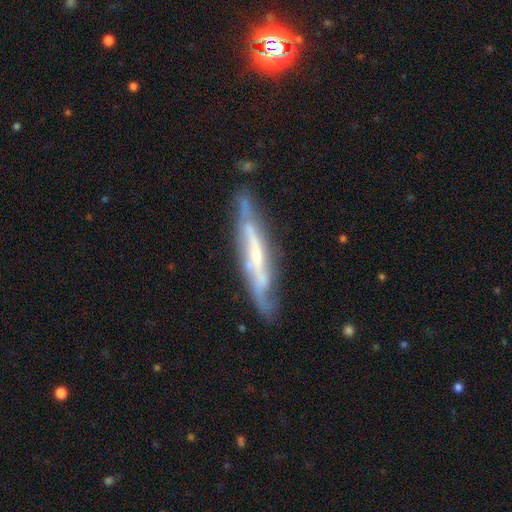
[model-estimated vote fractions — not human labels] Overall: featured or disk (75%). Edge-on disk: yes (67%; no 33%). Edge-on bulge: none (52%; rounded 34%). Merging: none (69%).